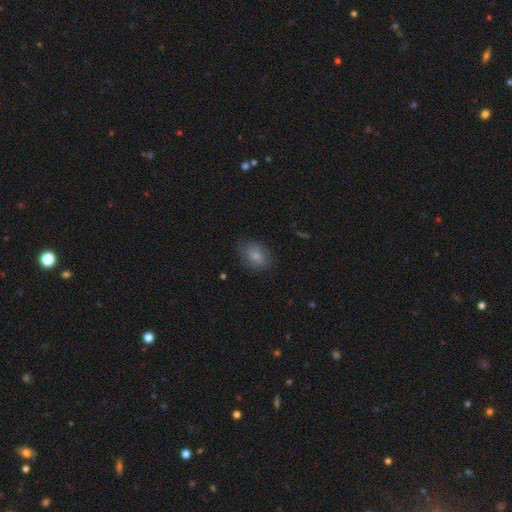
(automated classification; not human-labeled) Smooth or featured?
  - smooth: 72% *
  - featured or disk: 20%
  - star or artifact: 8%
How rounded?
  - in between: 73% *
  - round: 26%
  - cigar-shaped: 1%
Merging?
  - none: 69% *
  - minor disturbance: 23%
  - major disturbance: 7%
  - merger: 1%